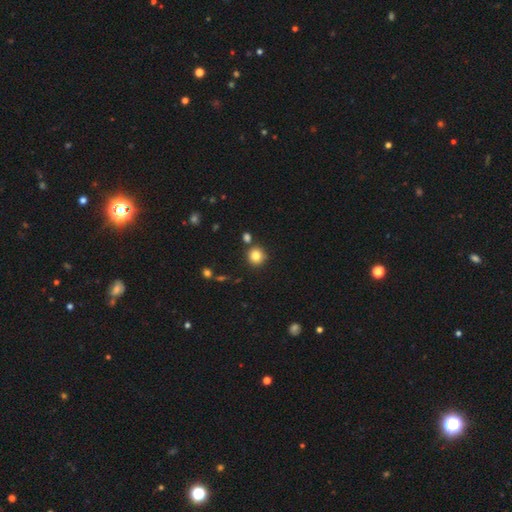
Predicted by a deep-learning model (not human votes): Smooth or featured? smooth (82%)
How rounded? round (92%)
Merging? none (82%)